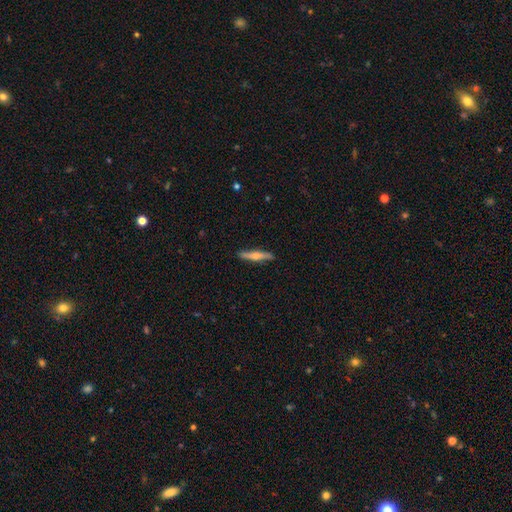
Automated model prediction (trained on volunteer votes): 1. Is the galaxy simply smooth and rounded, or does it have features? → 50% smooth, 45% featured or disk, 6% star or artifact.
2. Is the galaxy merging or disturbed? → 88% none, 9% minor disturbance, 2% major disturbance, 1% merger.